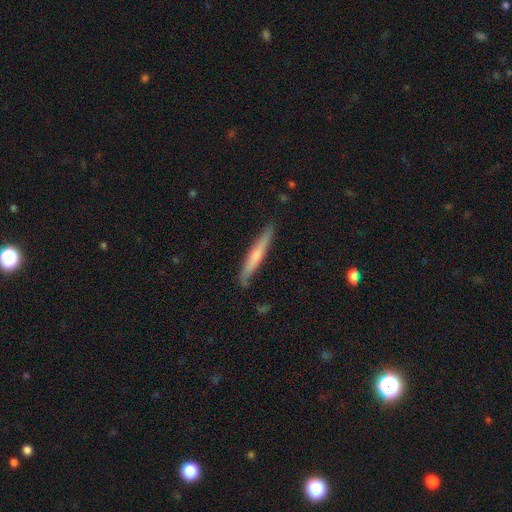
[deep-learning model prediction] Q: Smooth or featured?
A: smooth (55%); runner-up: featured or disk (40%)
Q: How rounded?
A: cigar-shaped (95%); runner-up: in between (4%)
Q: Merging?
A: none (86%); runner-up: minor disturbance (11%)